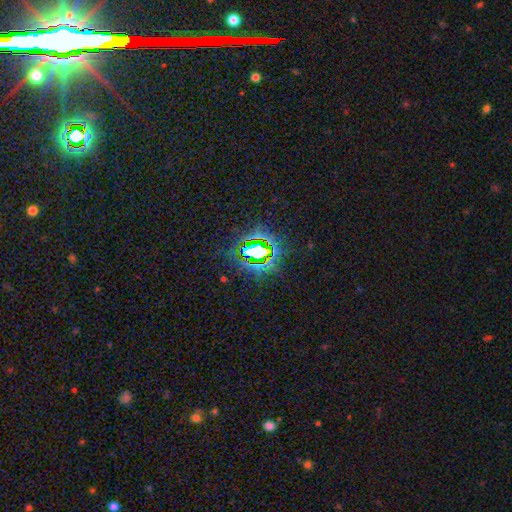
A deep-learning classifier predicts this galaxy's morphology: This is likely a star or artifact rather than a galaxy (75%).